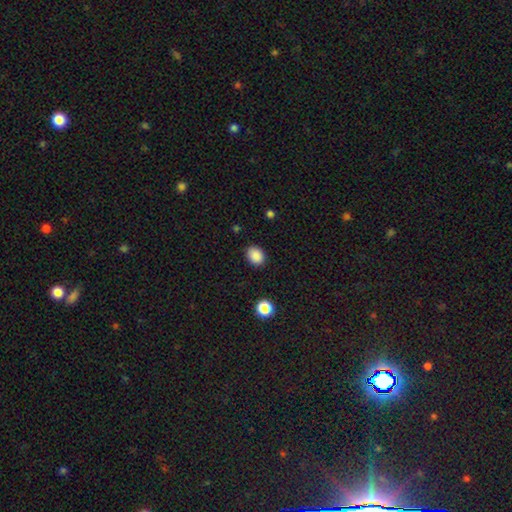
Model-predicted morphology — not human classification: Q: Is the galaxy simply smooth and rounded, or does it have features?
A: smooth — 88%.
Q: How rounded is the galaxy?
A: in between — 54%.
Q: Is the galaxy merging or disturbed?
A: none — 88%.